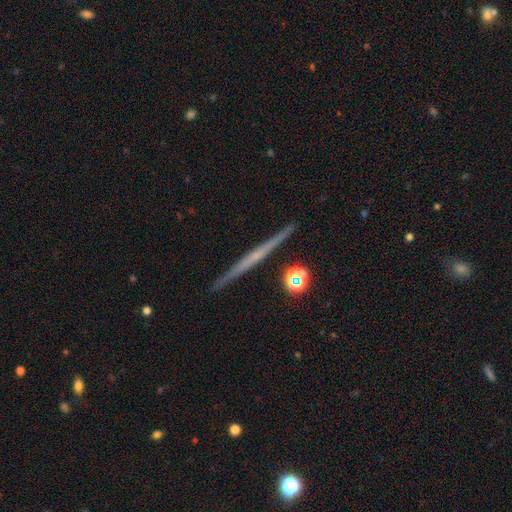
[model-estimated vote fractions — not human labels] Morphology: type=featured or disk (69%); edge-on=yes (98%); edge-on bulge=none (72%); merging=none (91%).